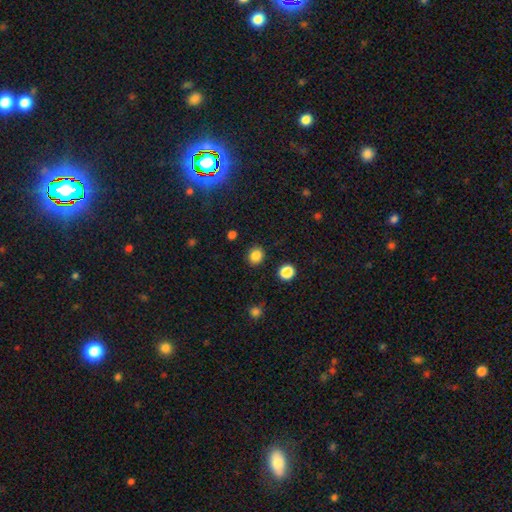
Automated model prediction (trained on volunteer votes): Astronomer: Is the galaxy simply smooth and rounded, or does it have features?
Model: smooth — 84%.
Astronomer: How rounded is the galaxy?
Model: round — 81%.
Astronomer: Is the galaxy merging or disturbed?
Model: none — 89%.